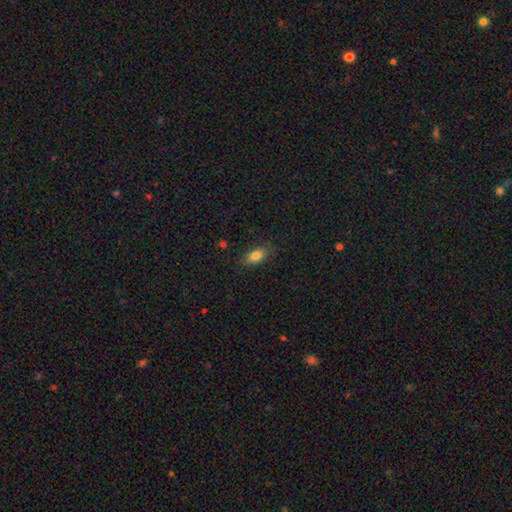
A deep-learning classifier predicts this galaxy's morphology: A smooth galaxy with no disk features (82%) that is in between round and cigar-shaped (85%).

Vote fractions:
- Smooth or featured? smooth: 82% / featured or disk: 10% / star or artifact: 9%
- How rounded? in between: 85% / cigar-shaped: 10% / round: 6%
- Merging? none: 81% / minor disturbance: 14% / major disturbance: 4% / merger: 1%